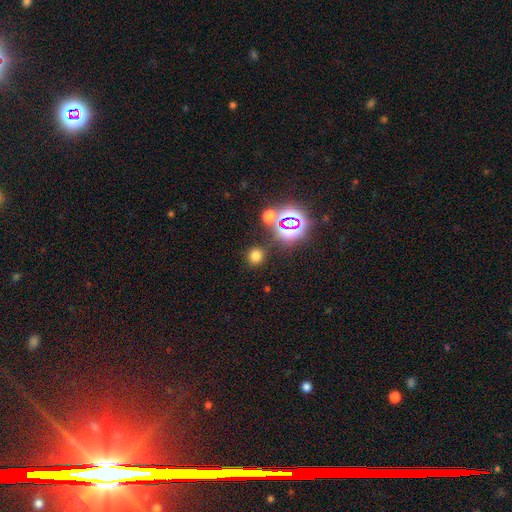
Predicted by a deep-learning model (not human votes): smooth 68%, star or artifact 27%, featured or disk 6%. Down the decision tree: how rounded — round (90%); merging — none (85%).